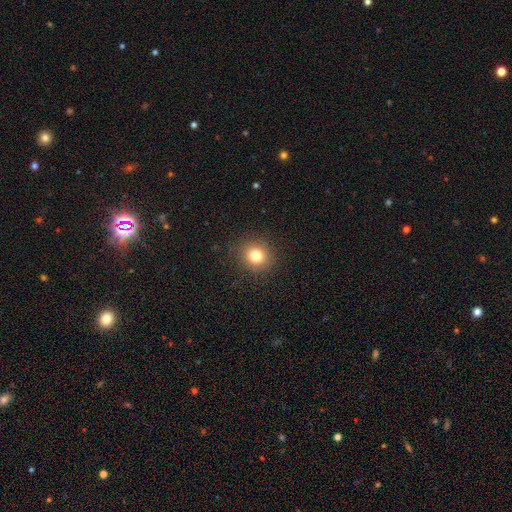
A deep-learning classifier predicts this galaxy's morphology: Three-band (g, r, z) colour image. It shows a smooth galaxy with no disk features (80%) that is round (83%). Merging: none (89%).